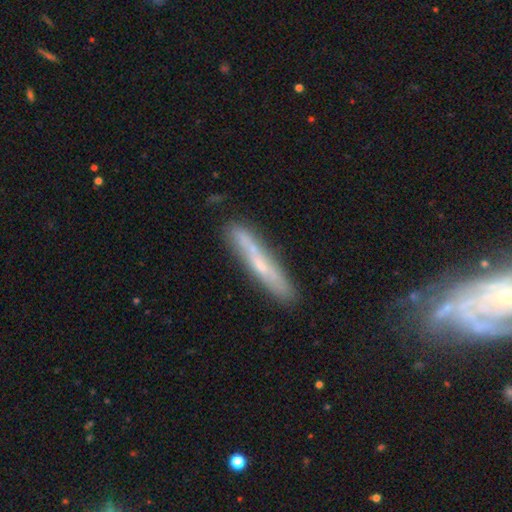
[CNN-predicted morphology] A featured or disk galaxy (57%) viewed edge-on (81%).

Vote fractions:
- Smooth or featured? featured or disk: 57% / smooth: 35% / star or artifact: 8%
- Edge-on disk? yes: 81% / no: 19%
- Merging? none: 78% / minor disturbance: 15% / merger: 4% / major disturbance: 3%